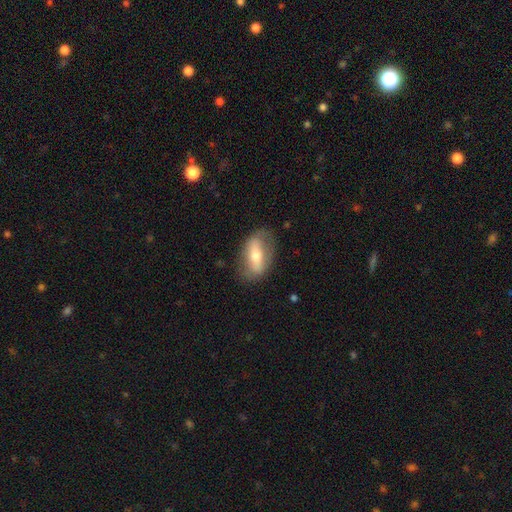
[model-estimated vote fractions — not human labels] Morphology: type=featured or disk (49%); merging=none (74%).